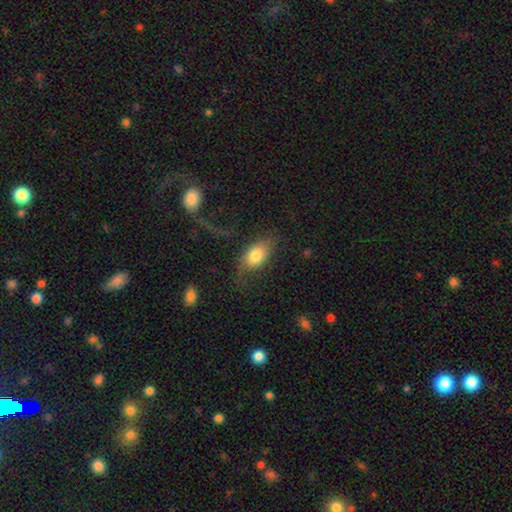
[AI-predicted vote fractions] This appears to be a smooth galaxy with no disk features (69%) that is in between round and cigar-shaped (87%). Merging: none (42%).